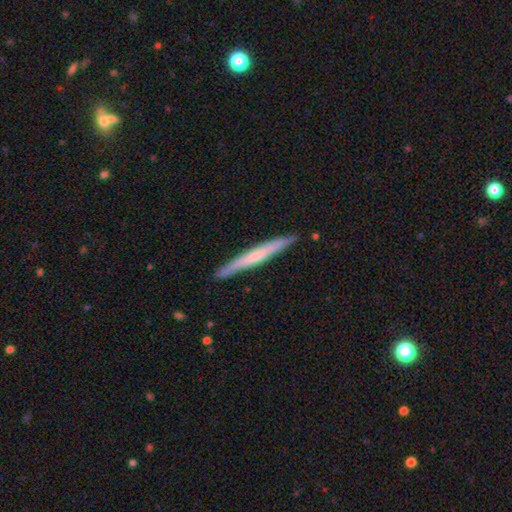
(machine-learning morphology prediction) featured or disk 48%, smooth 47%, star or artifact 5%. Down the decision tree: merging — none (90%).